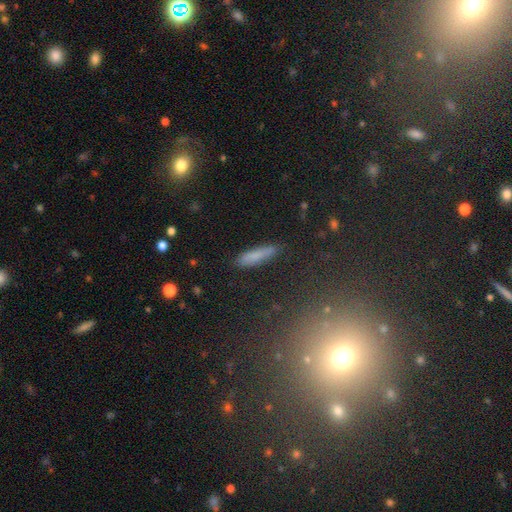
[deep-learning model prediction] Overall: smooth (76%). How rounded: cigar-shaped (84%). Merging: none (85%).